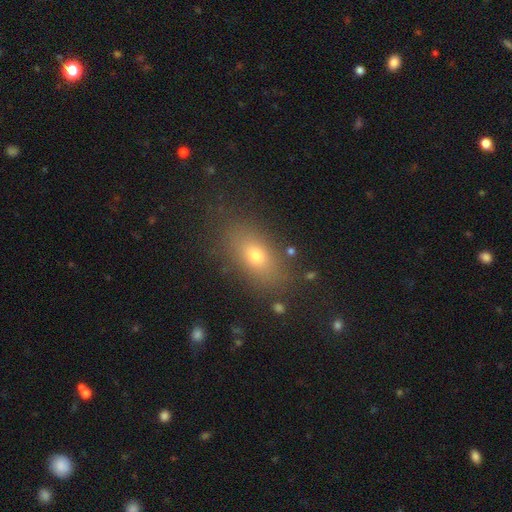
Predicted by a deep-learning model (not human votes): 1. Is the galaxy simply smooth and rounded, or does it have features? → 72% smooth, 15% featured or disk, 13% star or artifact.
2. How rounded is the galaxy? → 80% in between, 12% round, 8% cigar-shaped.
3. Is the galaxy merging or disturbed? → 81% none, 11% minor disturbance, 5% major disturbance, 2% merger.